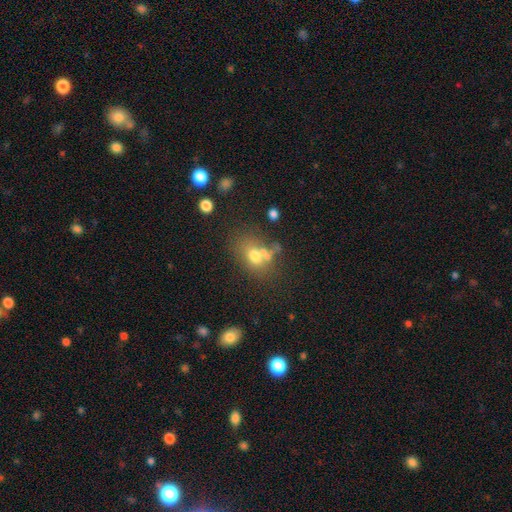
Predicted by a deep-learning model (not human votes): Smooth or featured?
  - smooth: 65% *
  - featured or disk: 20%
  - star or artifact: 15%
How rounded?
  - in between: 63% *
  - round: 35%
  - cigar-shaped: 2%
Merging?
  - none: 41% *
  - merger: 30%
  - minor disturbance: 17%
  - major disturbance: 12%